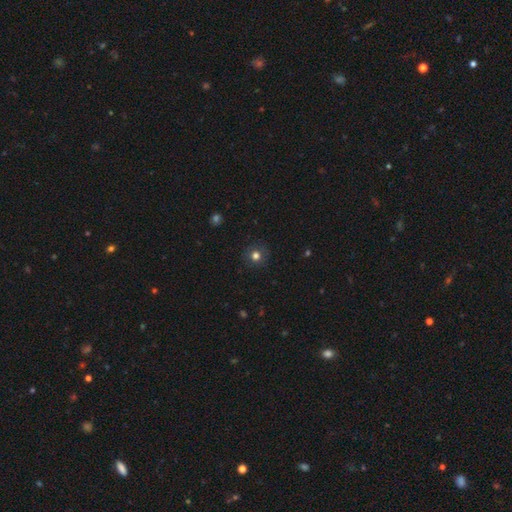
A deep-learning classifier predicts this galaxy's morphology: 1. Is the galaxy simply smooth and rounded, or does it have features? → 75% smooth, 16% star or artifact, 9% featured or disk.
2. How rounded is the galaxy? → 91% round, 8% in between, 1% cigar-shaped.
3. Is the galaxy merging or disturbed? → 89% none, 7% minor disturbance, 3% major disturbance, 1% merger.